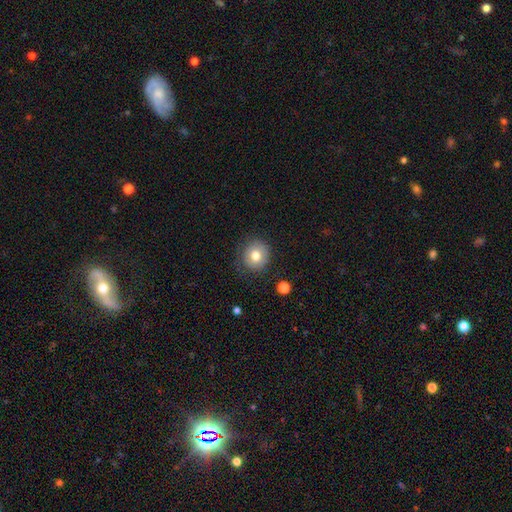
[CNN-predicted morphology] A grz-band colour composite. It shows a smooth galaxy with no disk features (75%) that is round (84%). Merging: none (81%).